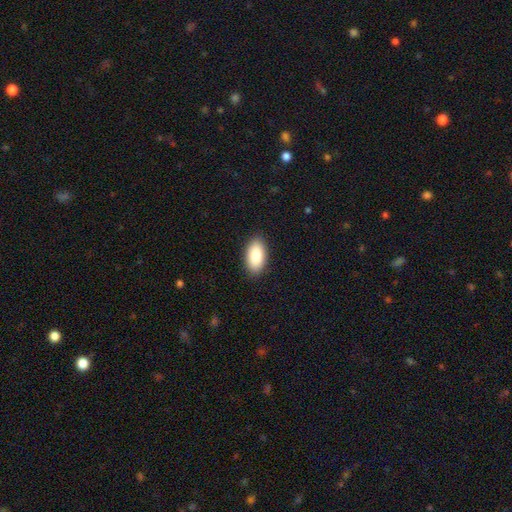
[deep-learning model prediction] smooth-or-featured: smooth: 86% | featured or disk: 8% | star or artifact: 6%
  how-rounded: in between: 94% | cigar-shaped: 3% | round: 3%
  merging: none: 89% | minor disturbance: 8% | major disturbance: 2% | merger: 1%